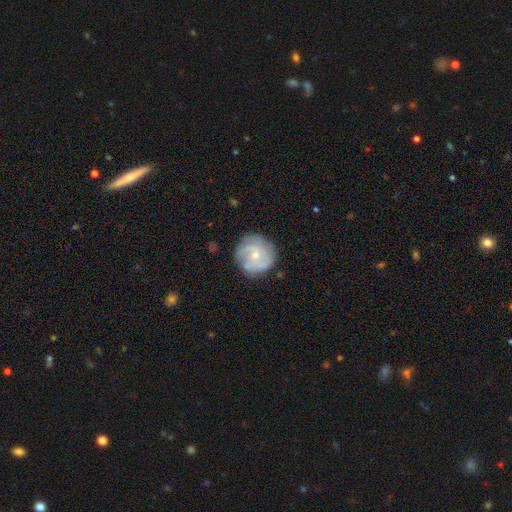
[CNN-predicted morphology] This is likely a featured or disk galaxy (64%). It is clearly not viewed edge-on (98%). Bar: likely no (73%). Spiral arm pattern: clearly yes (83%). Spiral arm count: marginally can't tell (35%). Spiral winding: possibly tight (47%). Central bulge: likely small (70%). Merging: likely none (77%).